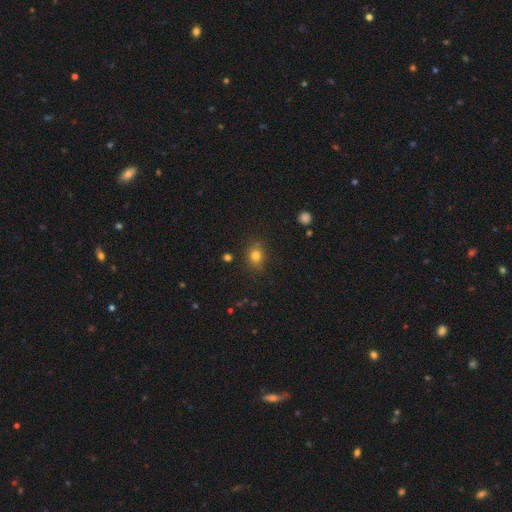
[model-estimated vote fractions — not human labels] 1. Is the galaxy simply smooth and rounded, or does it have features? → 80% smooth, 13% star or artifact, 7% featured or disk.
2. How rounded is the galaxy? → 62% round, 37% in between, 1% cigar-shaped.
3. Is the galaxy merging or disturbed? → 78% none, 15% minor disturbance, 4% major disturbance, 3% merger.